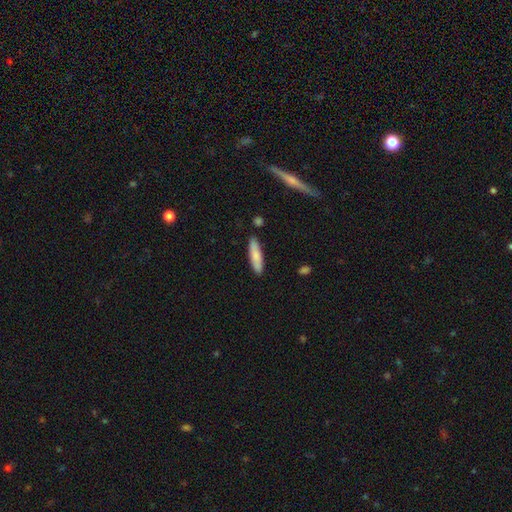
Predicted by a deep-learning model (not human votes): This appears to be a smooth galaxy with no disk features (80%) that is cigar-shaped (74%). Merging: none (86%).